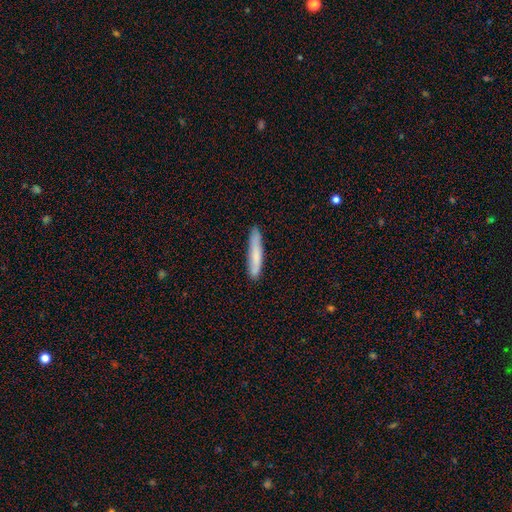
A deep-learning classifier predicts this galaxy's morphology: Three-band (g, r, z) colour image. It shows a smooth galaxy with no disk features (75%) that is cigar-shaped (93%). Merging: none (84%).